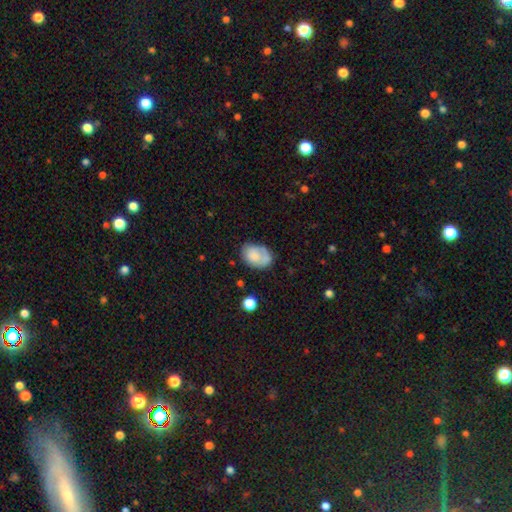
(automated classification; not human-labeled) Overall: smooth (72%). How rounded: in between (80%). Merging: none (56%; minor disturbance 26%).